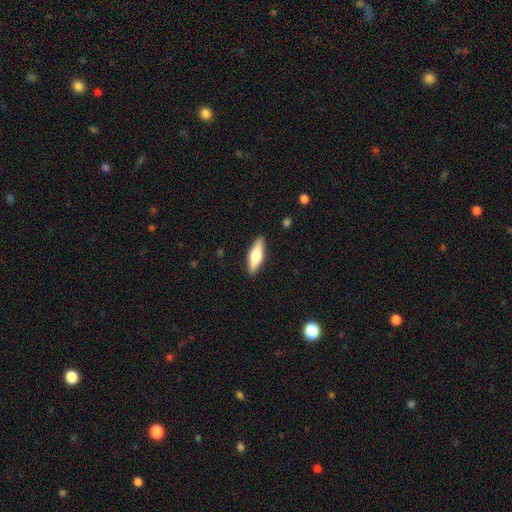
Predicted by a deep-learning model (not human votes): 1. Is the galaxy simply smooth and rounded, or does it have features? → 52% smooth, 43% featured or disk, 6% star or artifact.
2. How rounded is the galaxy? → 49% cigar-shaped, 48% in between, 2% round.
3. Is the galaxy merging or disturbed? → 89% none, 8% minor disturbance, 2% major disturbance, 1% merger.